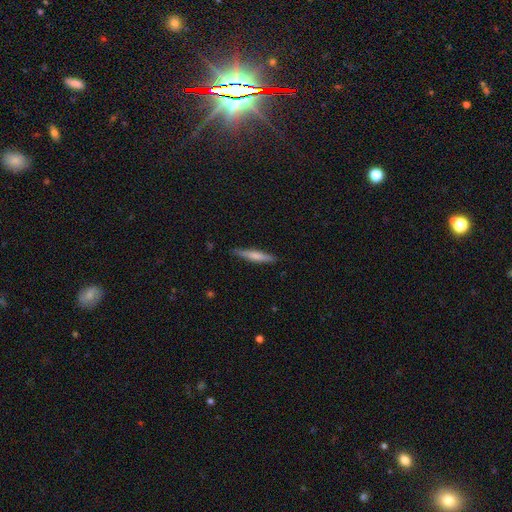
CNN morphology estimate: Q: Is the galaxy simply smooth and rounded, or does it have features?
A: smooth — 60%.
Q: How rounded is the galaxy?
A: cigar-shaped — 91%.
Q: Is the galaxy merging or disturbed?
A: none — 87%.